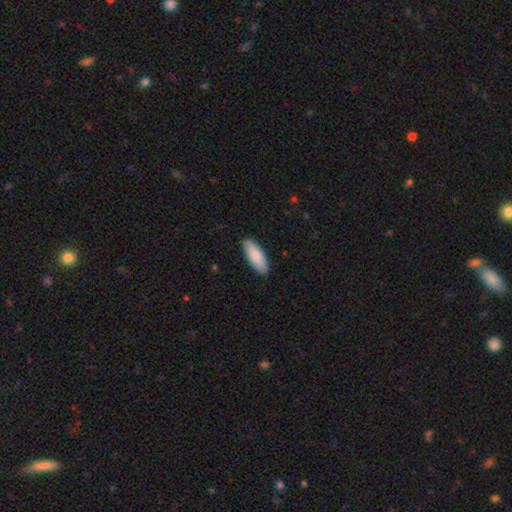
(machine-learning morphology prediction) Smooth or featured? Predicted: smooth (p=0.88). How rounded? Predicted: in between (p=0.69). Merging? Predicted: none (p=0.88).